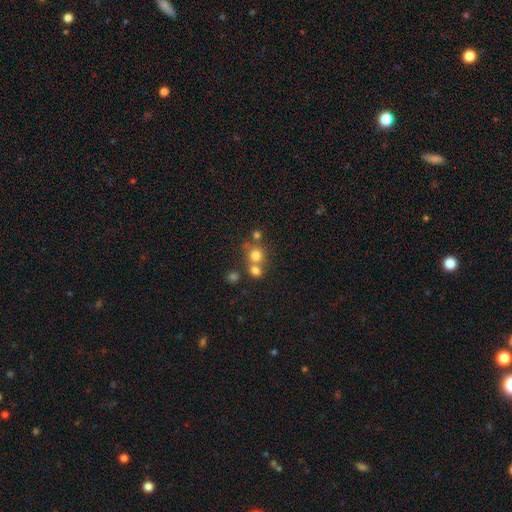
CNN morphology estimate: smooth_or_featured: smooth (p=0.73) [alt: star or artifact p=0.15]
how_rounded: round (p=0.87) [alt: in between p=0.12]
merging: none (p=0.50) [alt: merger p=0.39]